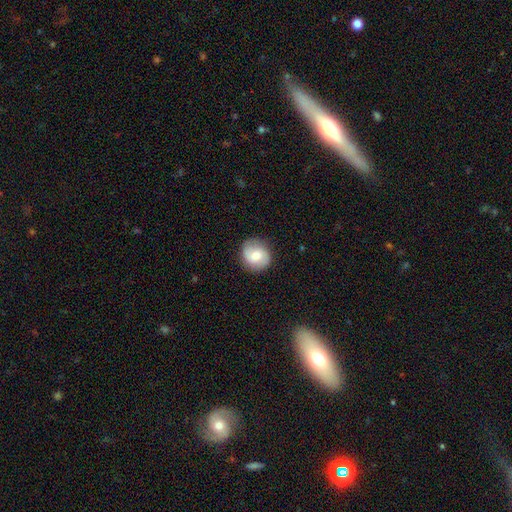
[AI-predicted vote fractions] This is possibly a smooth galaxy (58%). How rounded: clearly round (84%). Merging: clearly none (86%).